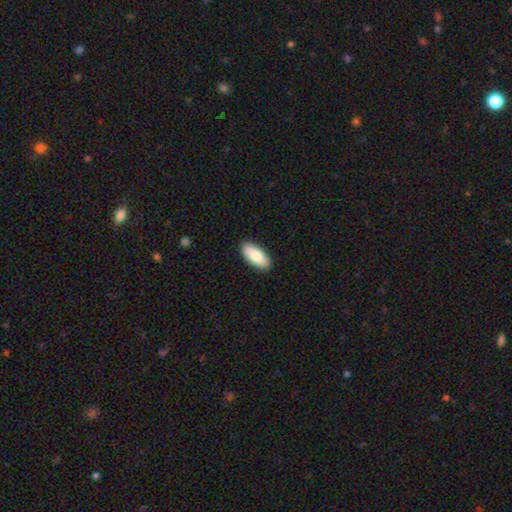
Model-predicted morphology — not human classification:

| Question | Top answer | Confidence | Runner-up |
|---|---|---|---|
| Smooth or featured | smooth | 84% | featured or disk (10%) |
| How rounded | in between | 89% | cigar-shaped (9%) |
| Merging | none | 90% | minor disturbance (8%) |